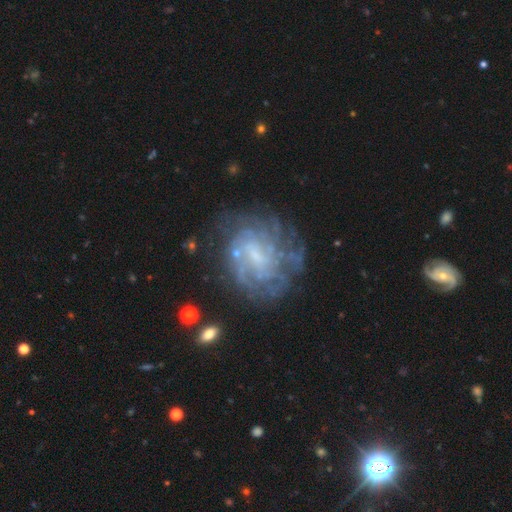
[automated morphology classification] Overall: featured or disk (79%). Edge-on disk: no (97%). Bar: weak (49%; no 38%). Spiral arms: yes (81%). Spiral arm count: can't tell (54%). Spiral winding: tight (59%; medium 29%). Bulge size: small (43%; none 30%). Merging: none (65%).